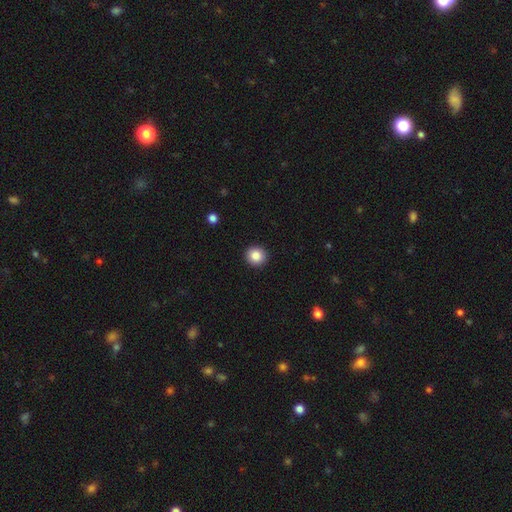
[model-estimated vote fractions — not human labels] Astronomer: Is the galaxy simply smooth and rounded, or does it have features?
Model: smooth — 86%.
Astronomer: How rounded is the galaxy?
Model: round — 91%.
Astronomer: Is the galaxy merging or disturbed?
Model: none — 92%.